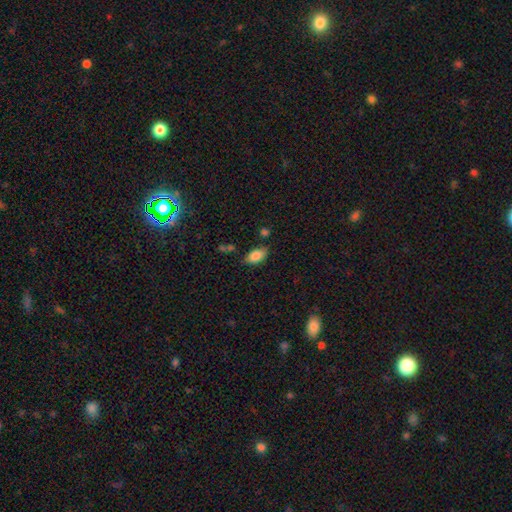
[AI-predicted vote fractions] Smooth or featured? Predicted: smooth (p=0.85). How rounded? Predicted: in between (p=0.92). Merging? Predicted: none (p=0.73).